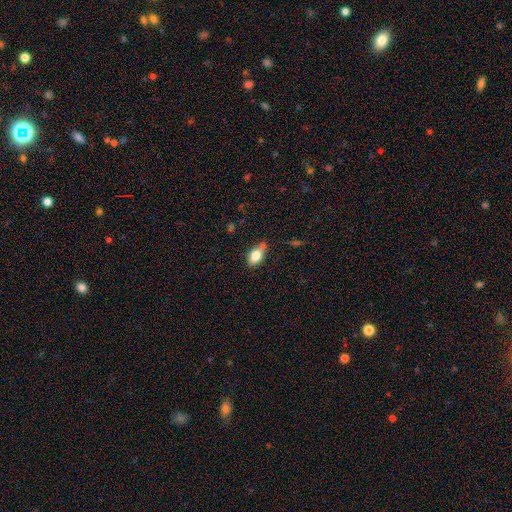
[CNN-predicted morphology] Smooth or featured? Predicted: smooth (p=0.78). How rounded? Predicted: in between (p=0.87). Merging? Predicted: none (p=0.61).